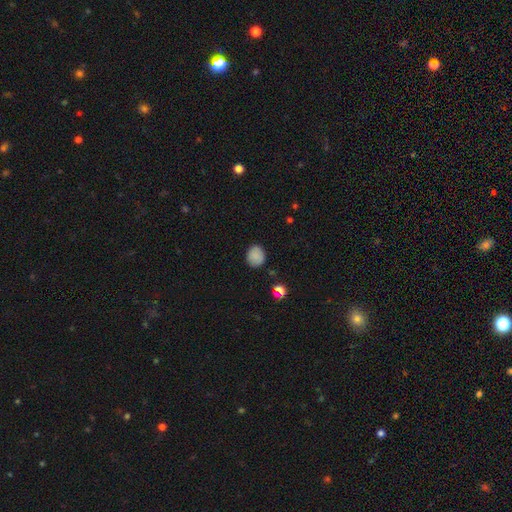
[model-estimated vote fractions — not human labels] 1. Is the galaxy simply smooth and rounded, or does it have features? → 85% smooth, 11% star or artifact, 4% featured or disk.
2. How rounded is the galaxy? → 69% round, 30% in between, 1% cigar-shaped.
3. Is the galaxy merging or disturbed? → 86% none, 10% minor disturbance, 2% major disturbance, 1% merger.